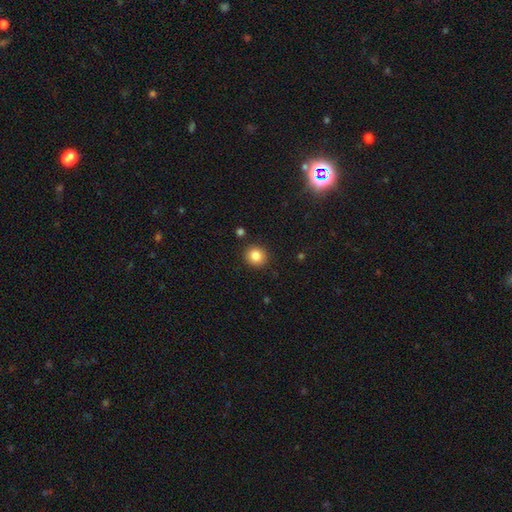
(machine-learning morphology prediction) type=smooth (84%); roundness=round (87%); merging=none (90%).